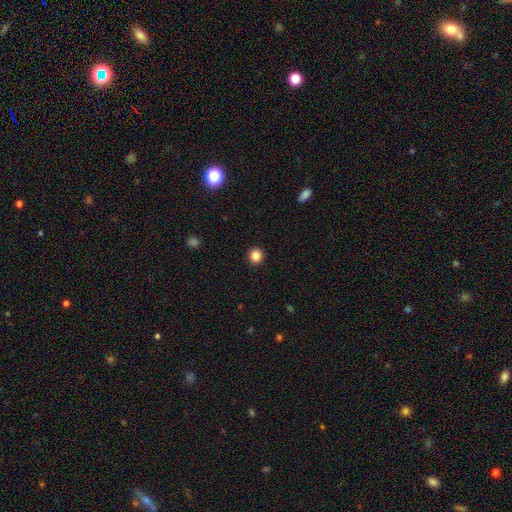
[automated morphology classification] The model was most divided on "smooth or featured": smooth: 85%, star or artifact: 11%, featured or disk: 4%. More confident: how rounded — round (94%); merging — none (93%).